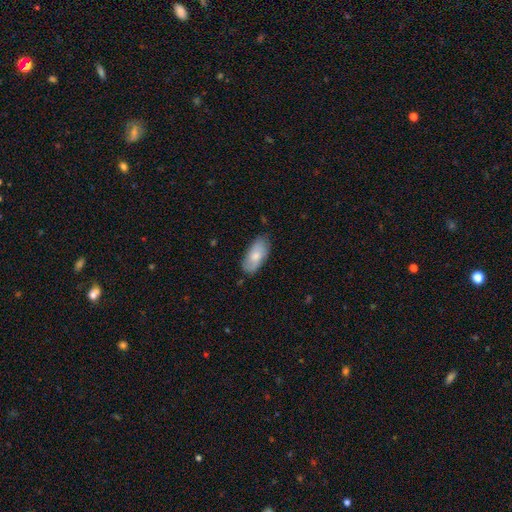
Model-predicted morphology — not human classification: Overall: smooth (70%). How rounded: in between (90%). Merging: none (74%).